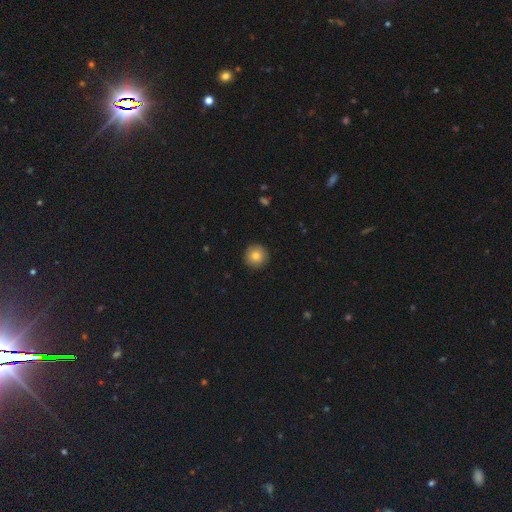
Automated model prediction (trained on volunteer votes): smooth_or_featured: smooth (p=0.80) [alt: featured or disk p=0.11]
how_rounded: round (p=0.96) [alt: in between p=0.03]
merging: none (p=0.91) [alt: minor disturbance p=0.06]